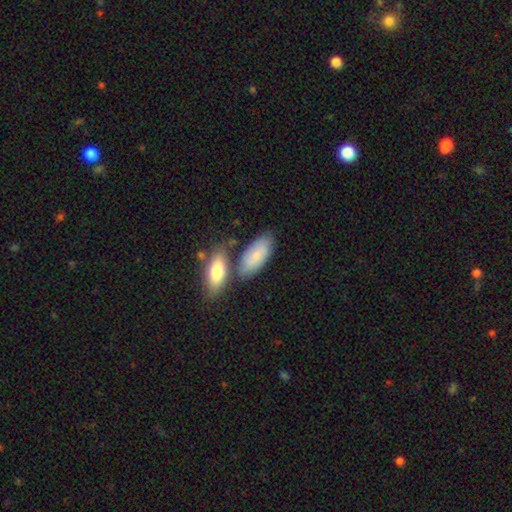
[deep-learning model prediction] This is likely a smooth galaxy (79%). How rounded: clearly in between (87%). Merging: possibly none (59%).